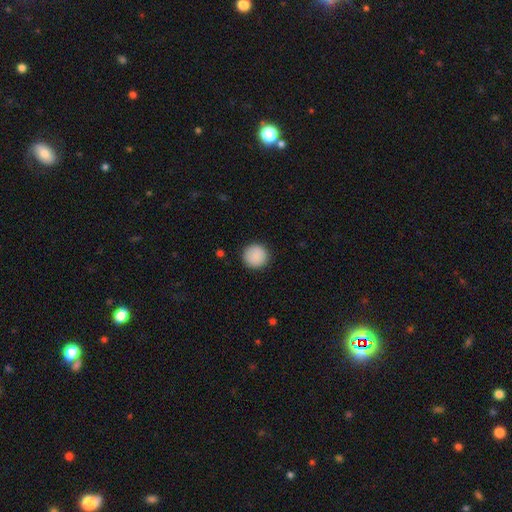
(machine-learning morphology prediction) Smooth or featured: smooth — 89% (star or artifact — 7%)
How rounded: round — 95% (in between — 4%)
Merging: none — 91% (minor disturbance — 6%)